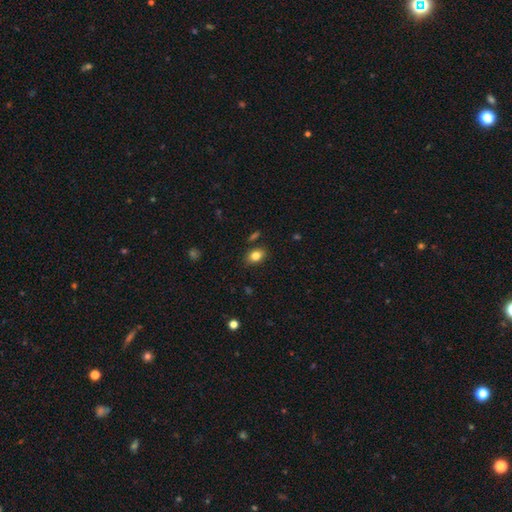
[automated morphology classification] This is clearly a smooth galaxy (82%). How rounded: likely in between (73%). Merging: clearly none (83%).